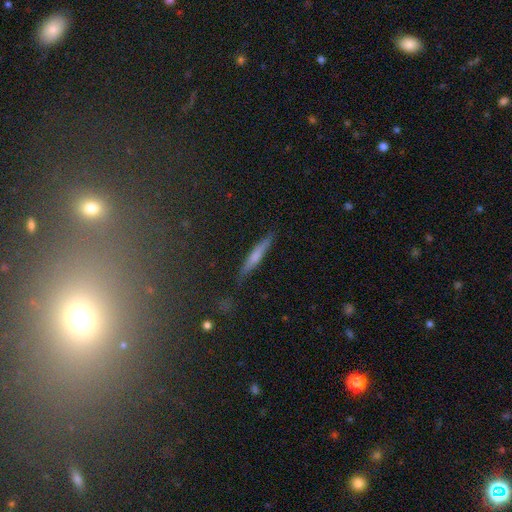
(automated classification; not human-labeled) Morphology: type=smooth (57%); roundness=cigar-shaped (93%); merging=none (84%).